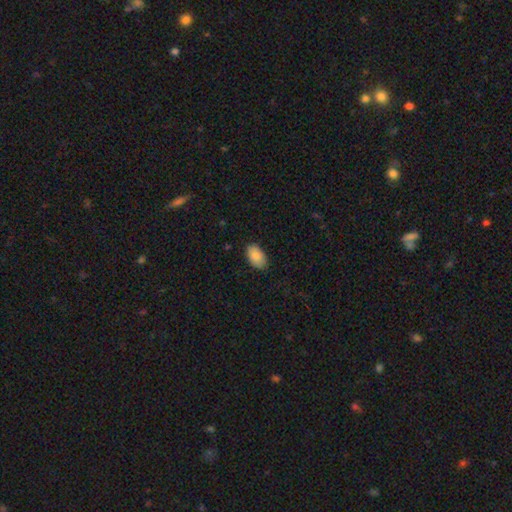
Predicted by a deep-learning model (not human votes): This appears to be a smooth galaxy with no disk features (86%) that is in between round and cigar-shaped (94%). Merging: none (86%).